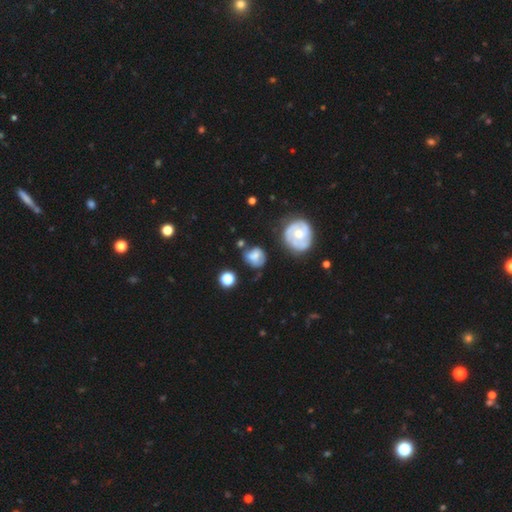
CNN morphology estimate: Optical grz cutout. It shows a smooth galaxy with no disk features (57%) that is round (63%). Merging: none (54%).